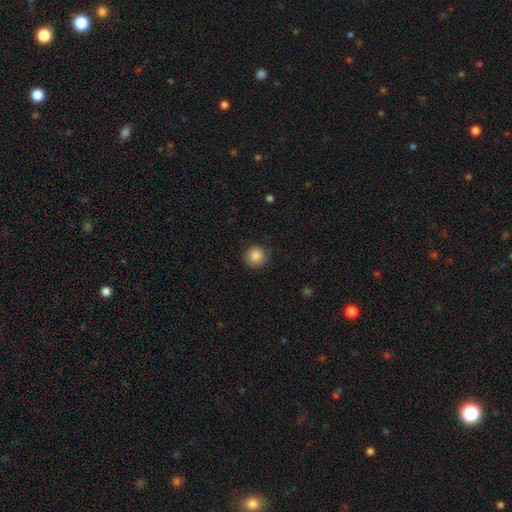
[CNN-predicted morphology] type=smooth (86%); roundness=round (94%); merging=none (85%).